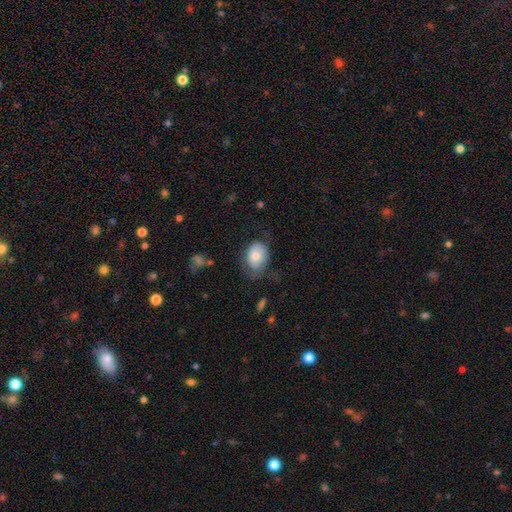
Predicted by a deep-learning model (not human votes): Morphology: type=smooth (75%); roundness=in between (72%); merging=none (47%).